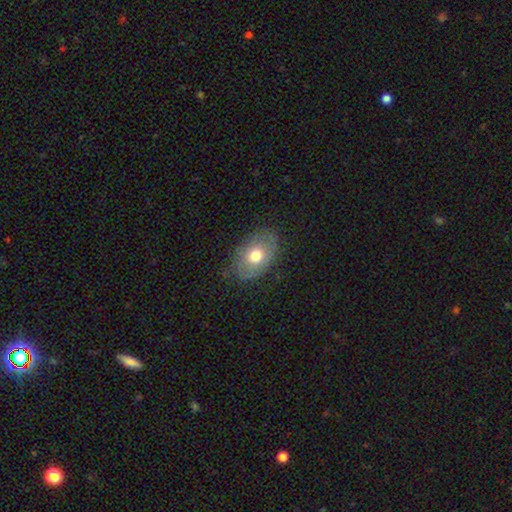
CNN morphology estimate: smooth 63%, featured or disk 29%, star or artifact 8%. Down the decision tree: how rounded — in between (82%); merging — none (75%).